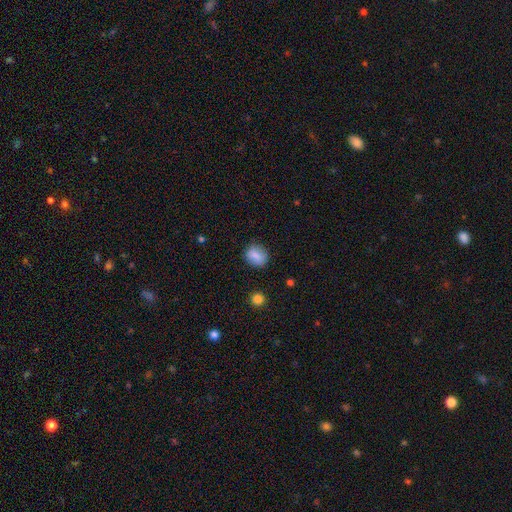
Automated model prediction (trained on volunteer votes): Smooth or featured? smooth (82%)
How rounded? round (56%)
Merging? none (83%)